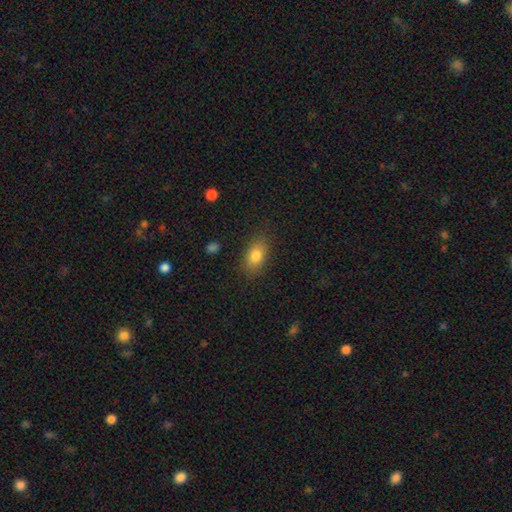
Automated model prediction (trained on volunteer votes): Smooth or featured? smooth (81%)
How rounded? in between (85%)
Merging? none (83%)